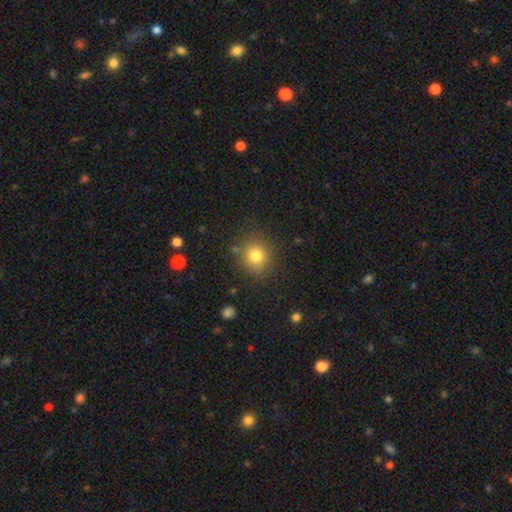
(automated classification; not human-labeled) Smooth or featured: smooth — 79% (star or artifact — 13%)
How rounded: round — 86% (in between — 13%)
Merging: none — 84% (minor disturbance — 10%)